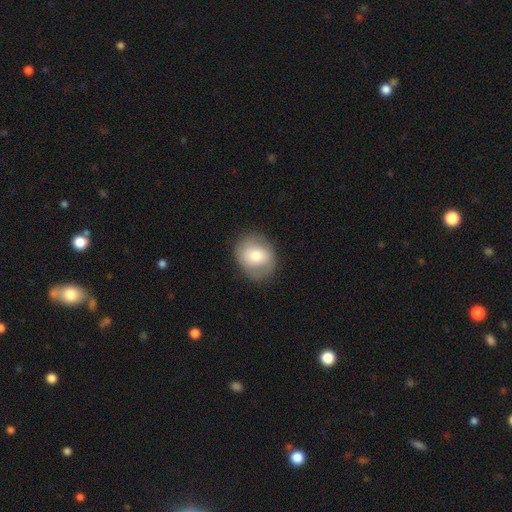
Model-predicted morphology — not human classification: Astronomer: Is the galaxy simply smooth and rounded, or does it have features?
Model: smooth — 67%.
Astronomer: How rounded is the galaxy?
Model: round — 63%.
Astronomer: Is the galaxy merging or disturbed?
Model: none — 80%.